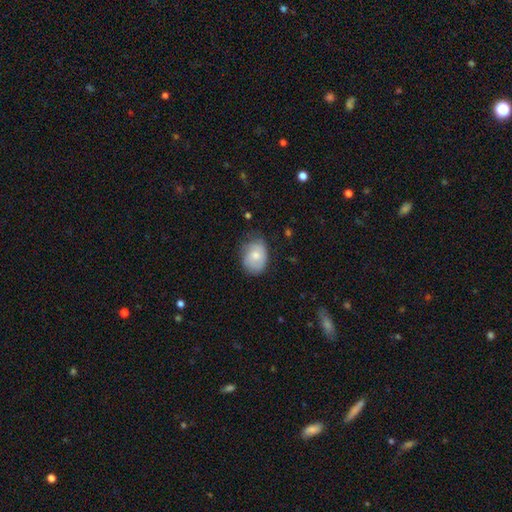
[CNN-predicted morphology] Q: Smooth or featured?
A: smooth (72%); runner-up: featured or disk (21%)
Q: How rounded?
A: in between (64%); runner-up: round (35%)
Q: Merging?
A: none (60%); runner-up: minor disturbance (31%)